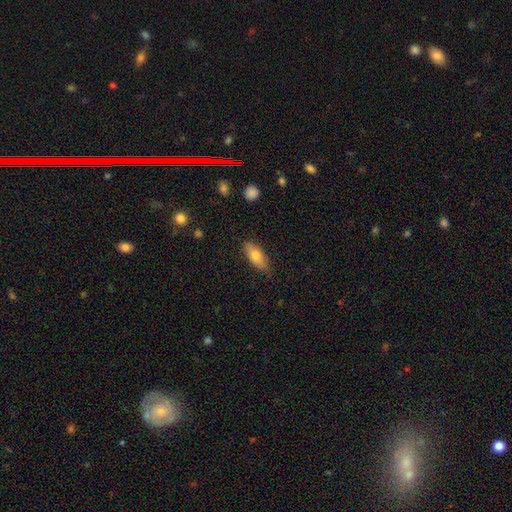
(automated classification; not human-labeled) Smooth or featured: smooth — 73% (featured or disk — 20%)
How rounded: in between — 77% (cigar-shaped — 20%)
Merging: none — 80% (minor disturbance — 17%)